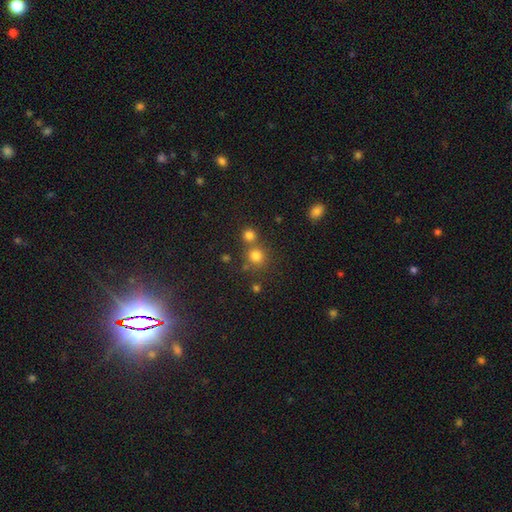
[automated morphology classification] Smooth or featured: smooth — 76% (star or artifact — 17%)
How rounded: round — 88% (in between — 11%)
Merging: none — 61% (merger — 28%)